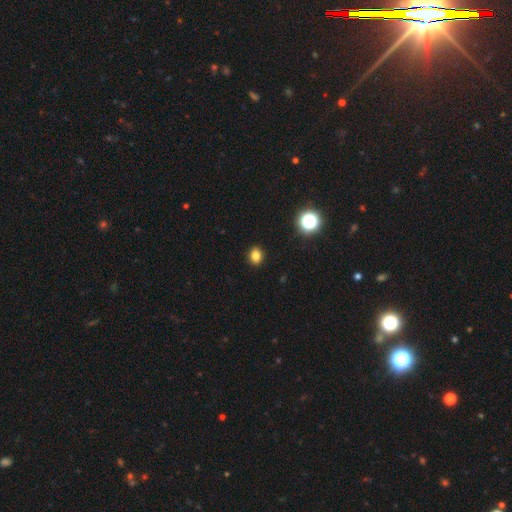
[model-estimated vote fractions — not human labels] smooth_or_featured: smooth (p=0.81) [alt: star or artifact p=0.14]
how_rounded: round (p=0.62) [alt: in between p=0.37]
merging: none (p=0.91) [alt: minor disturbance p=0.06]